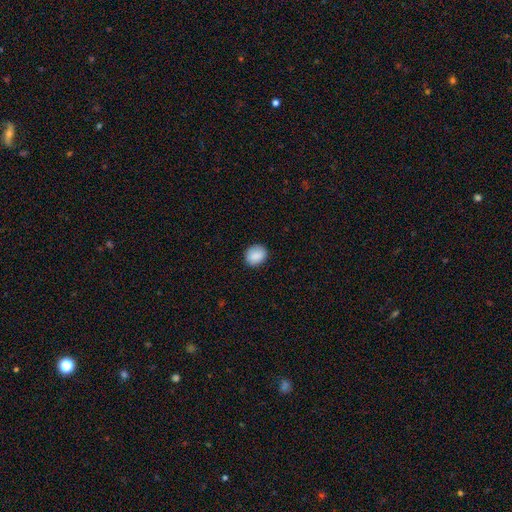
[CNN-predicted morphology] smooth_or_featured: smooth (p=0.90) [alt: star or artifact p=0.07]
how_rounded: round (p=0.61) [alt: in between p=0.38]
merging: none (p=0.88) [alt: minor disturbance p=0.09]